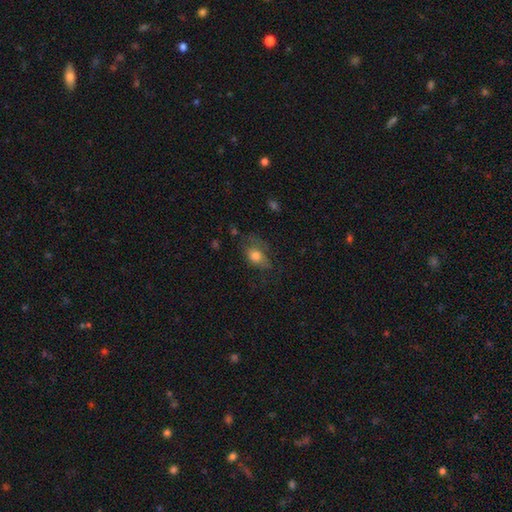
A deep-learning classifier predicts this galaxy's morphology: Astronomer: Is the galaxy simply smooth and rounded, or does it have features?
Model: smooth — 74%.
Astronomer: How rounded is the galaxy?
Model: in between — 72%.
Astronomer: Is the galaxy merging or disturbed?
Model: none — 45% (runner-up: minor disturbance, 30%).